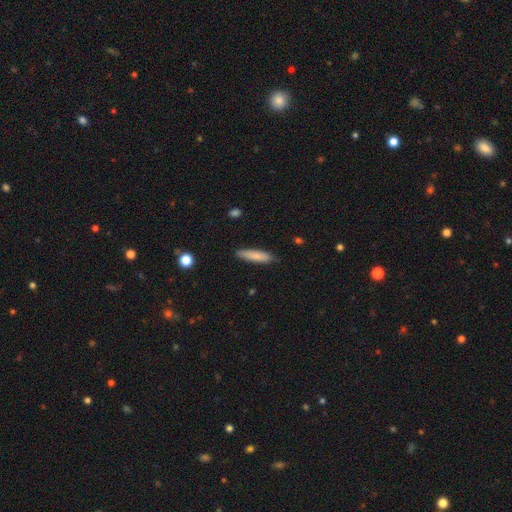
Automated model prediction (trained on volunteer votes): This is clearly a smooth galaxy (82%). How rounded: likely cigar-shaped (76%). Merging: clearly none (84%).